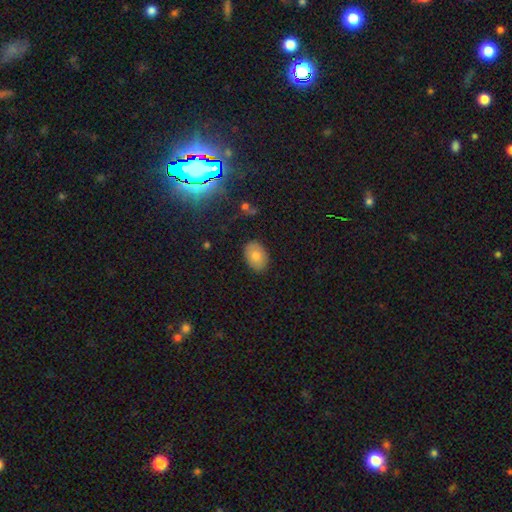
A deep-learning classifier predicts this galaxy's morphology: Q: Smooth or featured?
A: smooth (75%); runner-up: featured or disk (14%)
Q: How rounded?
A: in between (82%); runner-up: round (17%)
Q: Merging?
A: none (86%); runner-up: minor disturbance (11%)